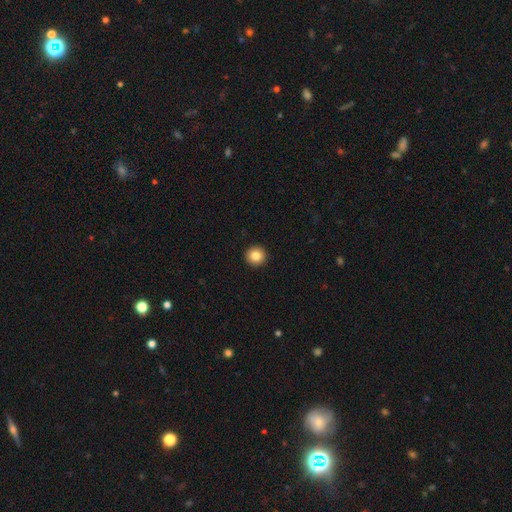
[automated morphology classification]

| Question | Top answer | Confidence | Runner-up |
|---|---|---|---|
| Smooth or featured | smooth | 85% | star or artifact (10%) |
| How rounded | round | 95% | in between (4%) |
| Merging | none | 94% | minor disturbance (4%) |